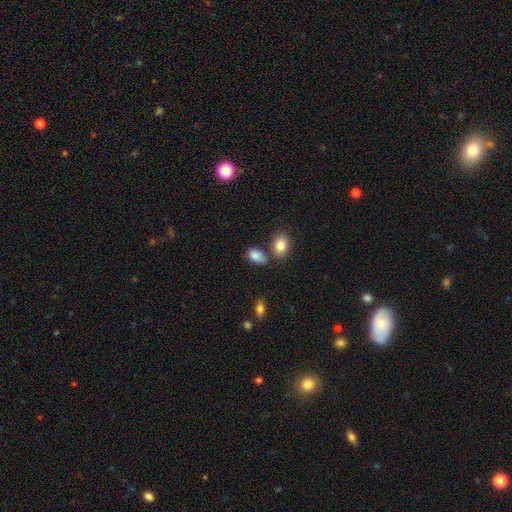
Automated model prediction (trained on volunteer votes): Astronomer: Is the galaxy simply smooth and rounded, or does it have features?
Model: smooth — 86%.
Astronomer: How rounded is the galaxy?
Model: in between — 89%.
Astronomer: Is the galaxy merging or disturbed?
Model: none — 65%.